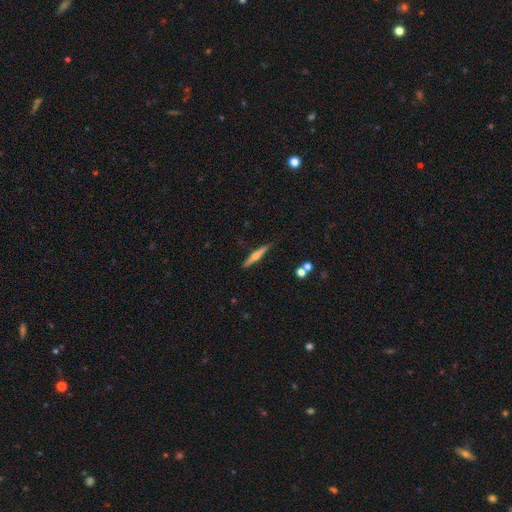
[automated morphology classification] The model was most divided on "smooth or featured": featured or disk: 62%, smooth: 32%, star or artifact: 6%. More confident: edge-on disk — yes (97%); merging — none (88%); edge-on bulge — rounded (88%).